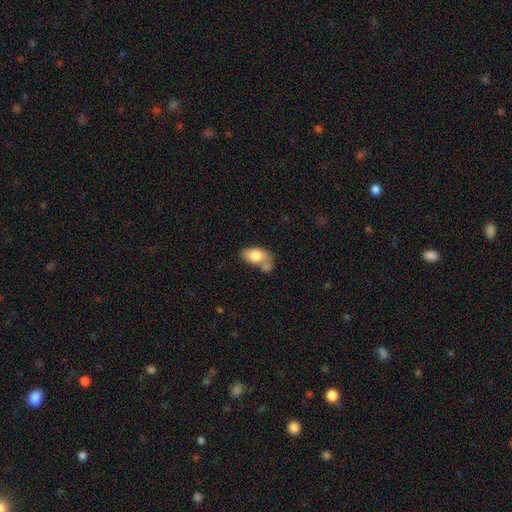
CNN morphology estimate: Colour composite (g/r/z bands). It shows a smooth galaxy with no disk features (77%) that is in between round and cigar-shaped (90%). Merging: merger (41%).